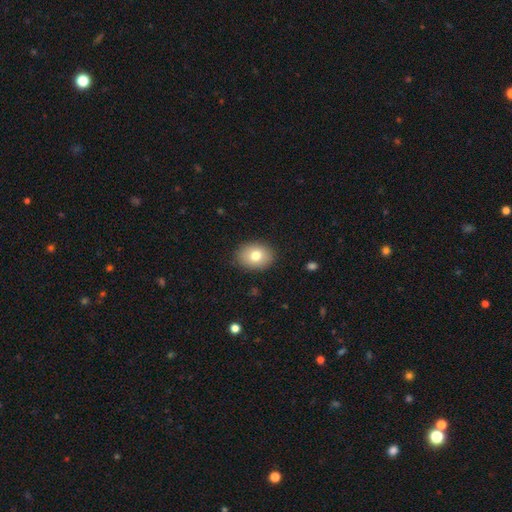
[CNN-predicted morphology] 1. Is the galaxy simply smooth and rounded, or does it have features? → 77% smooth, 14% featured or disk, 9% star or artifact.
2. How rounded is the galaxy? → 61% in between, 38% round, 1% cigar-shaped.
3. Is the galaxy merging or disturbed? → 88% none, 9% minor disturbance, 2% major disturbance, 1% merger.